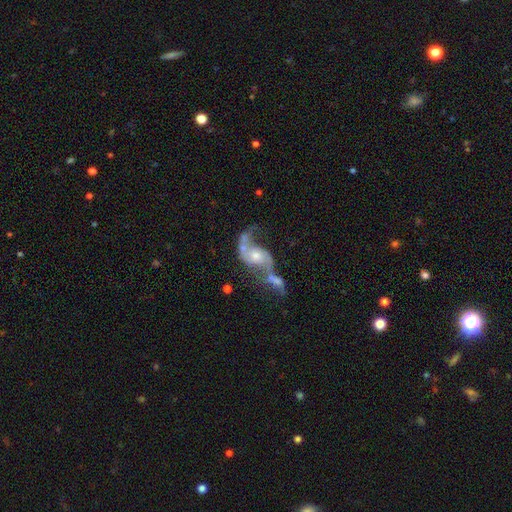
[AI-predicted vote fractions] Morphology: type=featured or disk (82%); edge-on=no (97%); bar=no (64%); spiral arms=yes (91%); winding=loose (65%); arm count=2 (85%); bulge=moderate (52%); merging=merger (43%).